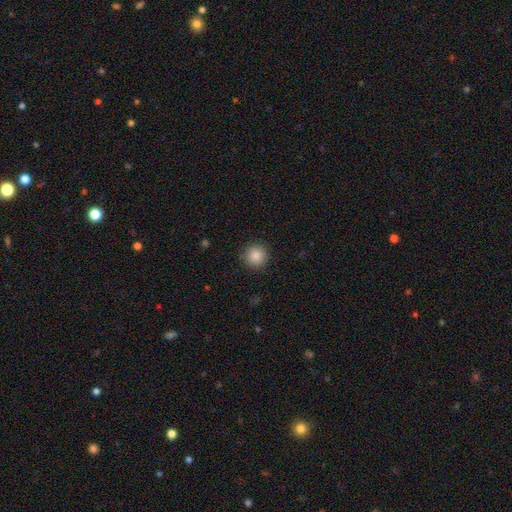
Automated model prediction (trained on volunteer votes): A smooth galaxy with no disk features (87%) that is round (95%).

Vote fractions:
- Smooth or featured? smooth: 87% / star or artifact: 10% / featured or disk: 4%
- How rounded? round: 95% / in between: 4% / cigar-shaped: 1%
- Merging? none: 90% / minor disturbance: 6% / major disturbance: 2% / merger: 1%